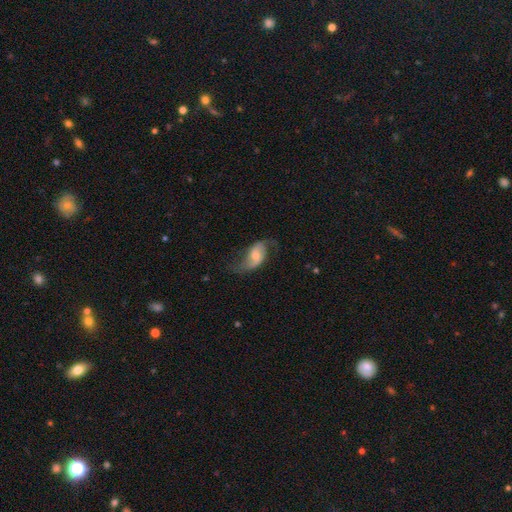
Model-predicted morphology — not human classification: Smooth or featured? Predicted: featured or disk (p=0.70). Edge-on disk? Predicted: no (p=0.94). Bar? Predicted: no (p=0.50). Spiral arms? Predicted: yes (p=0.88). Spiral winding? Predicted: loose (p=0.74). Spiral arm count? Predicted: 2 (p=0.89). Bulge size? Predicted: moderate (p=0.50). Merging? Predicted: none (p=0.60).